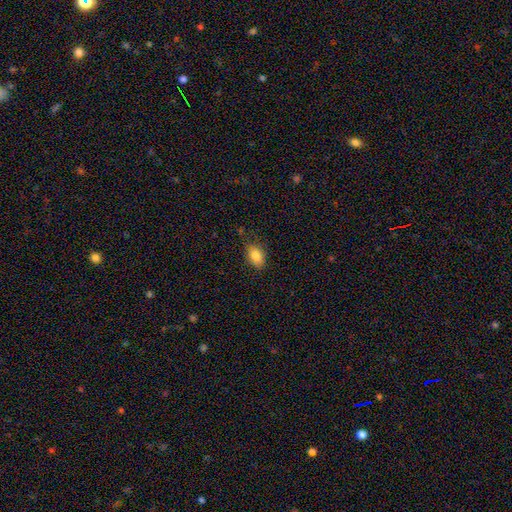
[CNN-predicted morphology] smooth 84%, star or artifact 9%, featured or disk 7%. Down the decision tree: how rounded — in between (85%); merging — none (79%).